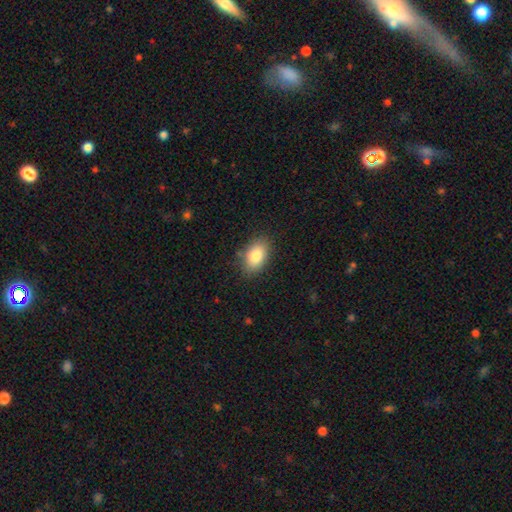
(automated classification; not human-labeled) smooth 84%, featured or disk 9%, star or artifact 8%. Down the decision tree: how rounded — in between (88%); merging — none (83%).